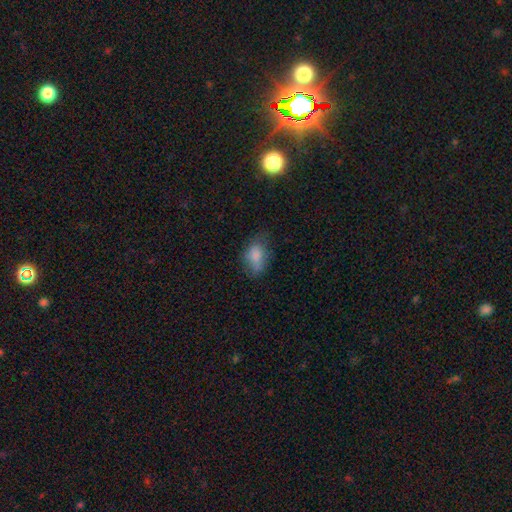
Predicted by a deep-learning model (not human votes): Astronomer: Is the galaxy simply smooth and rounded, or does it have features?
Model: smooth — 78%.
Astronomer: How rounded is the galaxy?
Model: in between — 88%.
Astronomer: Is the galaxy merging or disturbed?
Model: none — 53% (runner-up: minor disturbance, 30%).